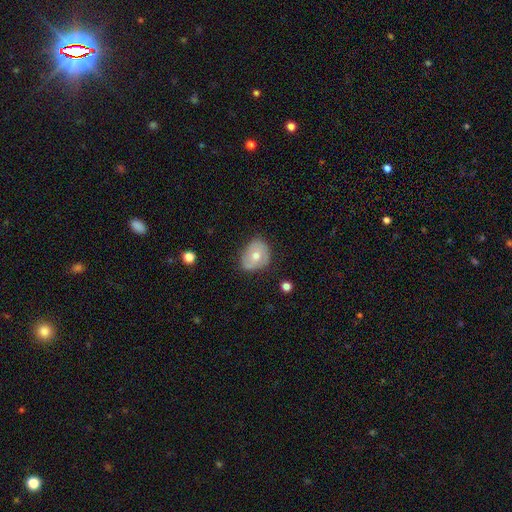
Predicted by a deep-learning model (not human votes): Overall: smooth (57%; featured or disk 35%). How rounded: round (50%; in between 49%). Merging: none (61%; minor disturbance 30%).